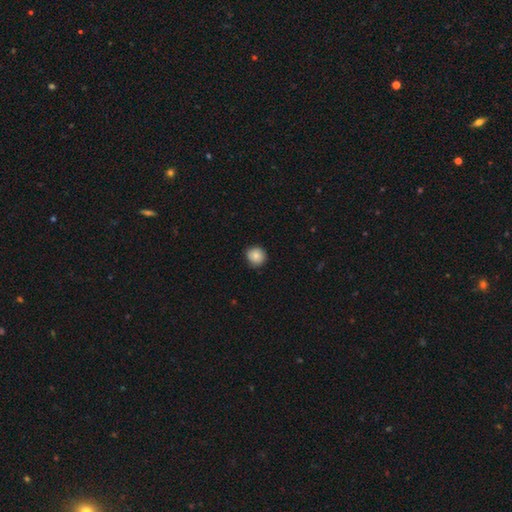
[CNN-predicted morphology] type=smooth (83%); roundness=round (91%); merging=none (86%).